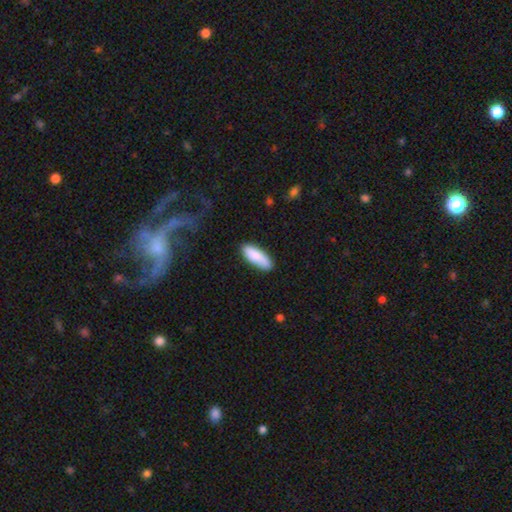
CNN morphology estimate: Smooth or featured? Predicted: smooth (p=0.87). How rounded? Predicted: in between (p=0.64). Merging? Predicted: none (p=0.82).